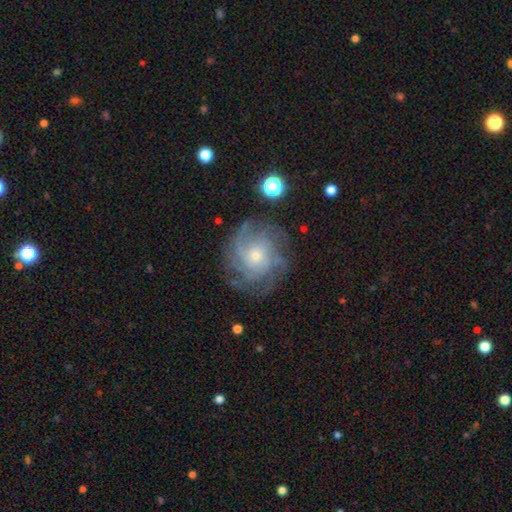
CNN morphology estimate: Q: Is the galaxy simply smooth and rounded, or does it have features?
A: featured or disk — 81%.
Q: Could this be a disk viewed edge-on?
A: no — 98%.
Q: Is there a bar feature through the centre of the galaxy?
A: no — 78%.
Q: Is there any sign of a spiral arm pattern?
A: yes — 95%.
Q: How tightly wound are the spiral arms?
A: tight — 56%.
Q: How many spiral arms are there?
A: can't tell — 30%.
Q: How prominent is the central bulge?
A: small — 56%.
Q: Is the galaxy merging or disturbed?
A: none — 75%.